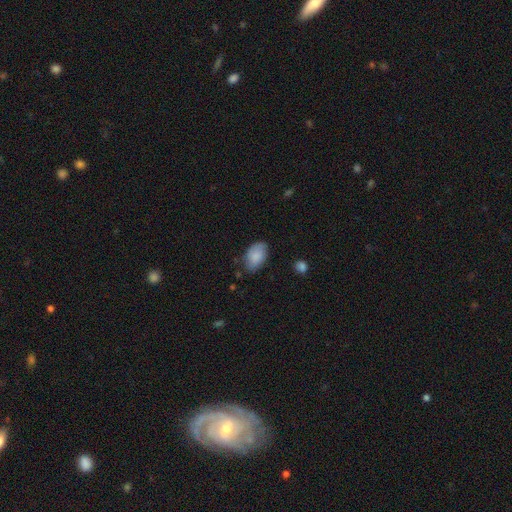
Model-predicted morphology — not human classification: Smooth or featured: smooth — 82% (featured or disk — 12%)
How rounded: in between — 92% (round — 6%)
Merging: none — 70% (minor disturbance — 23%)